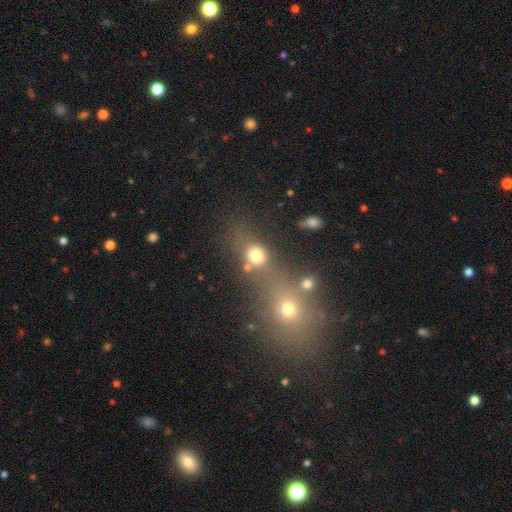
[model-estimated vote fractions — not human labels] Overall: smooth (72%). How rounded: round (63%; in between 33%). Merging: merger (43%; none 40%).